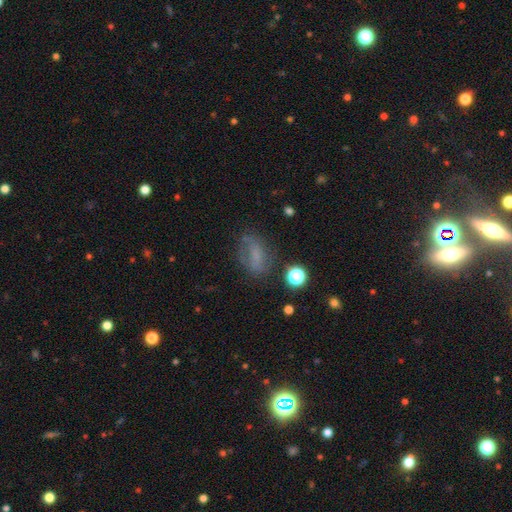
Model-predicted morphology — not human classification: Smooth or featured? Predicted: smooth (p=0.52). How rounded? Predicted: in between (p=0.77). Merging? Predicted: none (p=0.54).